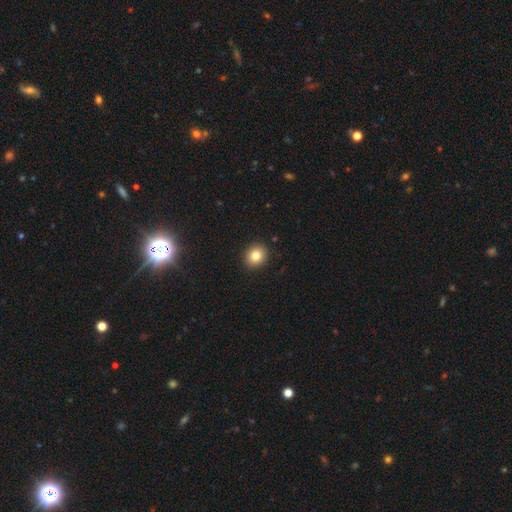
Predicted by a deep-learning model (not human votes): smooth-or-featured: smooth: 82% | star or artifact: 10% | featured or disk: 7%
  how-rounded: round: 75% | in between: 24% | cigar-shaped: 1%
  merging: none: 91% | minor disturbance: 6% | major disturbance: 2% | merger: 1%